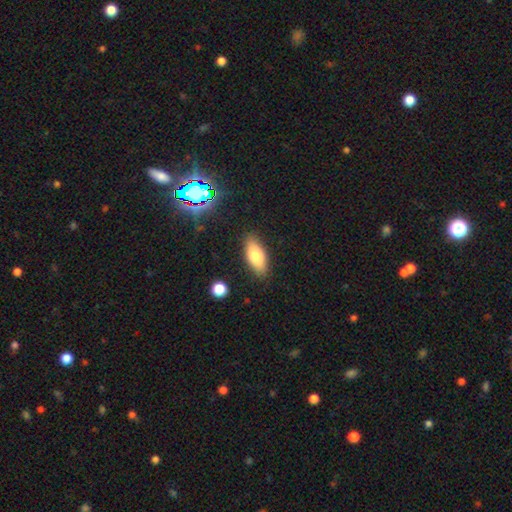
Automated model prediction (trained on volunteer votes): smooth-or-featured: smooth: 78% | featured or disk: 14% | star or artifact: 7%
  how-rounded: in between: 81% | cigar-shaped: 16% | round: 3%
  merging: none: 85% | minor disturbance: 11% | major disturbance: 2% | merger: 2%